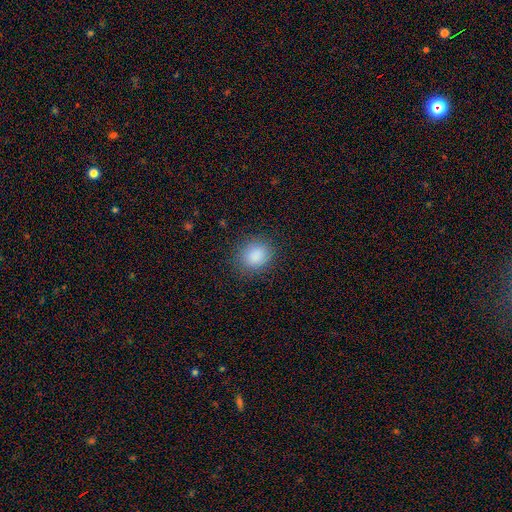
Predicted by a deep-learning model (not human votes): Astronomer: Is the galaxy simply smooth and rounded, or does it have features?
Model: smooth — 87%.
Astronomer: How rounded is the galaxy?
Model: round — 76%.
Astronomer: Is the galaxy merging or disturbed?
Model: none — 86%.